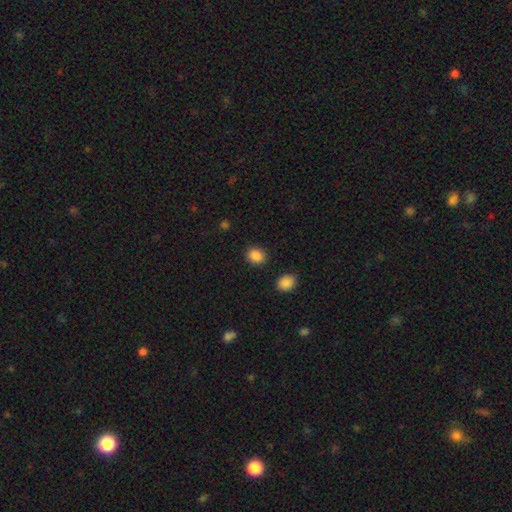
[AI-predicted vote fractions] A smooth galaxy with no disk features (87%) that is round (63%).

Vote fractions:
- Smooth or featured? smooth: 87% / star or artifact: 10% / featured or disk: 3%
- How rounded? round: 63% / in between: 36% / cigar-shaped: 1%
- Merging? none: 88% / minor disturbance: 7% / major disturbance: 2% / merger: 2%